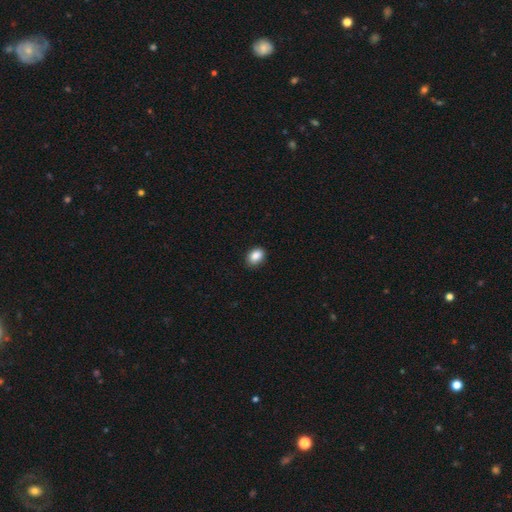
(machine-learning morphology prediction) Smooth or featured: smooth — 88% (star or artifact — 8%)
How rounded: in between — 75% (round — 24%)
Merging: none — 86% (minor disturbance — 11%)